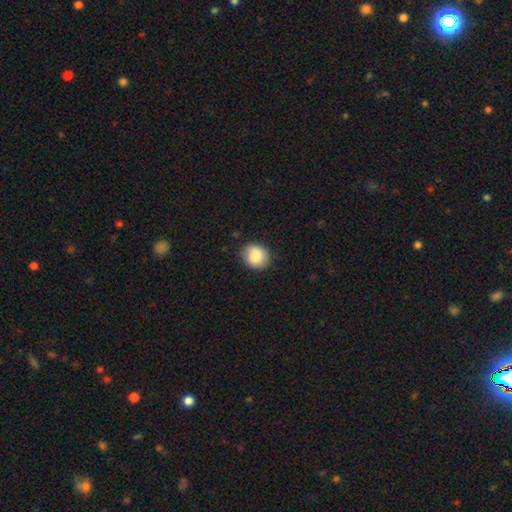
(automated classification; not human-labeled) A smooth galaxy with no disk features (87%) that is round (74%).

Vote fractions:
- Smooth or featured? smooth: 87% / star or artifact: 7% / featured or disk: 6%
- How rounded? round: 74% / in between: 25% / cigar-shaped: 1%
- Merging? none: 85% / minor disturbance: 12% / major disturbance: 3% / merger: 1%